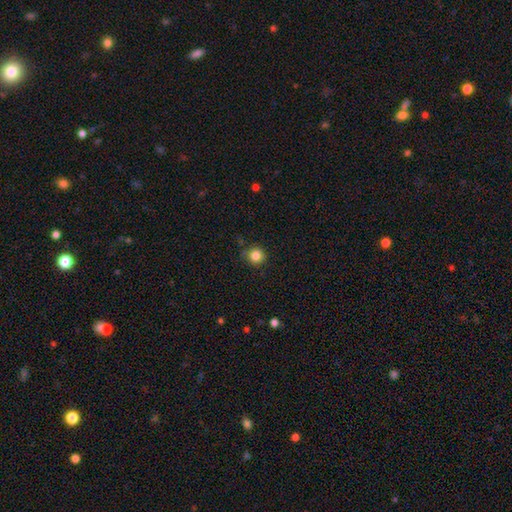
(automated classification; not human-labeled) smooth 84%, star or artifact 11%, featured or disk 5%. Down the decision tree: how rounded — round (94%); merging — none (83%).